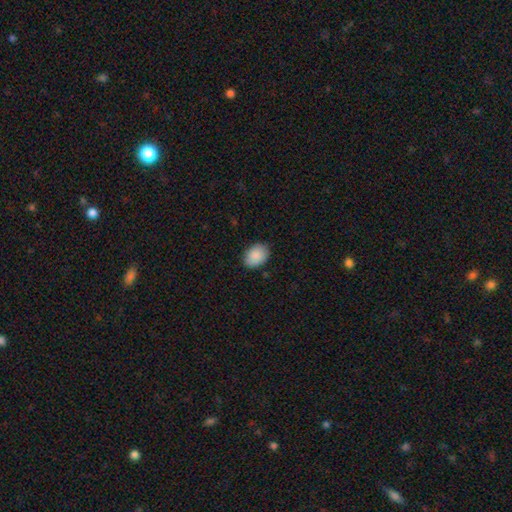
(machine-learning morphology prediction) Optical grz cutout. It shows a smooth galaxy with no disk features (89%) that is in between round and cigar-shaped (76%). Merging: none (83%).